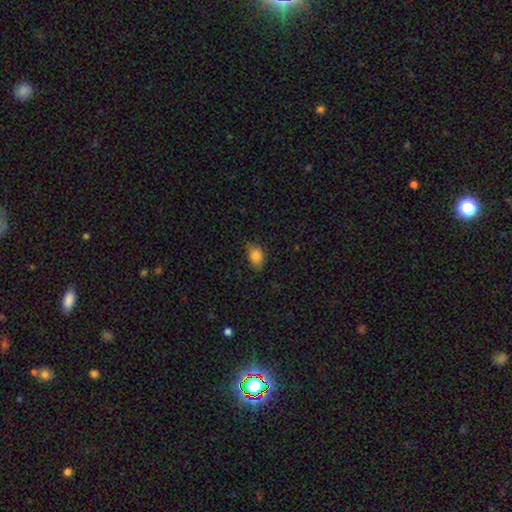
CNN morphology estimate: Q: Smooth or featured?
A: smooth (85%); runner-up: star or artifact (9%)
Q: How rounded?
A: in between (83%); runner-up: round (15%)
Q: Merging?
A: none (73%); runner-up: minor disturbance (22%)